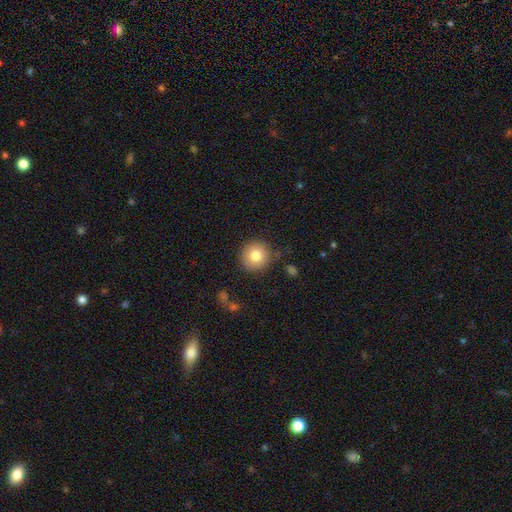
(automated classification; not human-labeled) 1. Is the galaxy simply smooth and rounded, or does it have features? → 80% smooth, 10% featured or disk, 9% star or artifact.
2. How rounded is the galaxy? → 92% round, 7% in between, 1% cigar-shaped.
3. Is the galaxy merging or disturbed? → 82% none, 12% minor disturbance, 4% major disturbance, 2% merger.